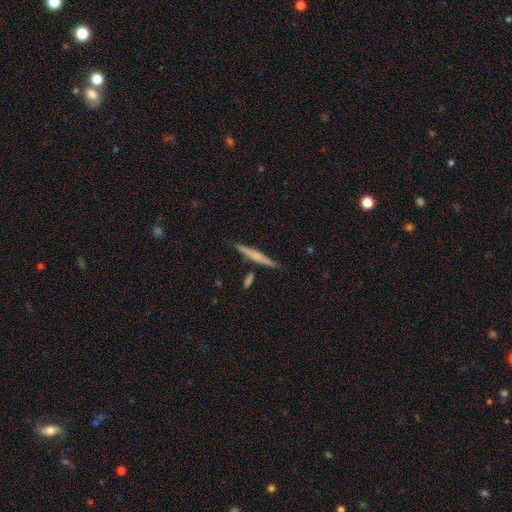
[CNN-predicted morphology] Overall: smooth (50%; featured or disk 44%). How rounded: cigar-shaped (95%). Merging: none (84%).